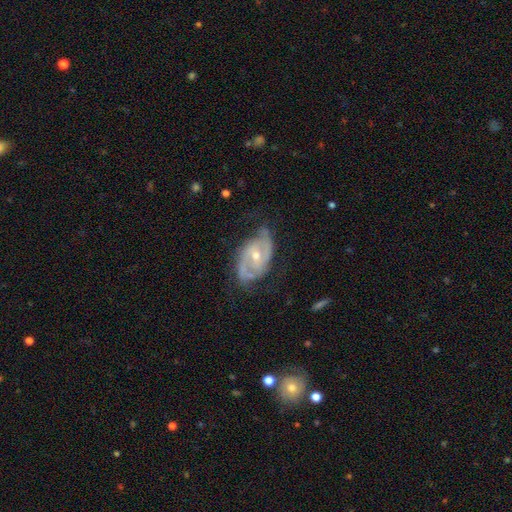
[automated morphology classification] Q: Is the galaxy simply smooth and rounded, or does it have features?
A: featured or disk — 85%.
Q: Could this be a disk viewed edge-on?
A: no — 96%.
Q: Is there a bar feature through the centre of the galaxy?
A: no — 44%.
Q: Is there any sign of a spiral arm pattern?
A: yes — 92%.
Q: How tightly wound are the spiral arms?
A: medium — 45%.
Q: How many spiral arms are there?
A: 2 — 76%.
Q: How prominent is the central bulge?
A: small — 49%.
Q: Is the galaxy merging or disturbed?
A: none — 65%.